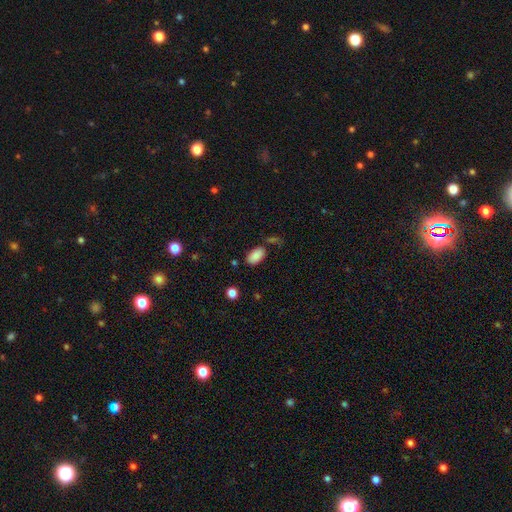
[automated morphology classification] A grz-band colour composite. It shows a smooth galaxy with no disk features (87%) that is in between round and cigar-shaped (94%). Merging: none (76%).